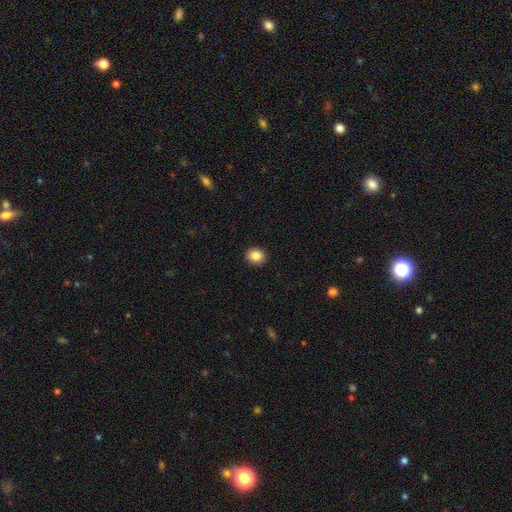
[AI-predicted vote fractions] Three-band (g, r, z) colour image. It shows a smooth galaxy with no disk features (86%) that is round (66%). Merging: none (91%).